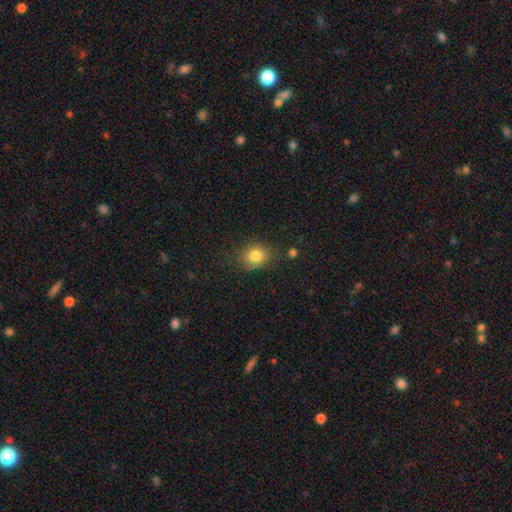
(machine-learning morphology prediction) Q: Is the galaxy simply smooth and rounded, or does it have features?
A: smooth — 82%.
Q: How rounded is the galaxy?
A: round — 66%.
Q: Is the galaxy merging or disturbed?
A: none — 77%.